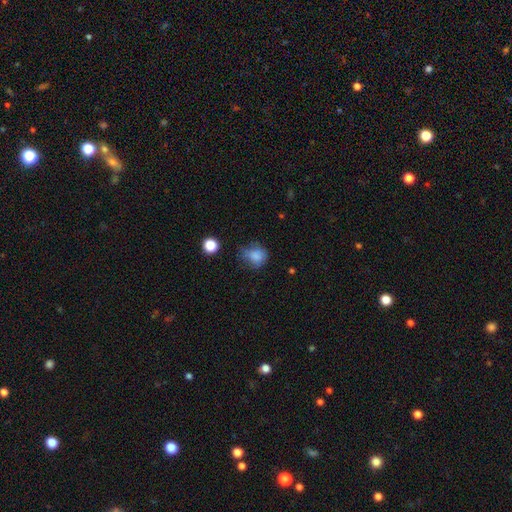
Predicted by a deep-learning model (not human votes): smooth_or_featured: smooth (p=0.80) [alt: star or artifact p=0.12]
how_rounded: round (p=0.66) [alt: in between p=0.33]
merging: none (p=0.52) [alt: minor disturbance p=0.31]